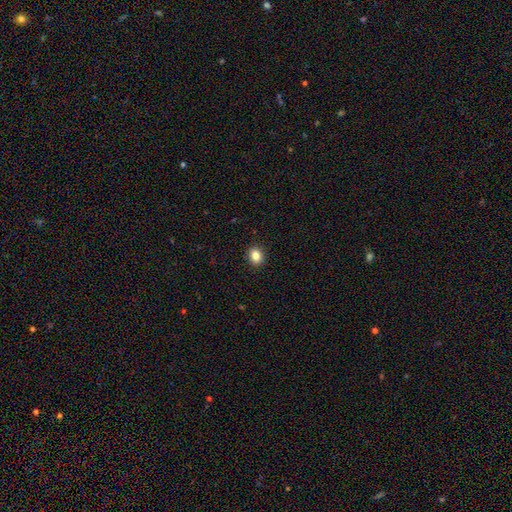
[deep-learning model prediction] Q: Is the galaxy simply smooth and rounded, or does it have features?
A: smooth — 84%.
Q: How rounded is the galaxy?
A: round — 57%.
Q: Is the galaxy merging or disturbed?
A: none — 91%.